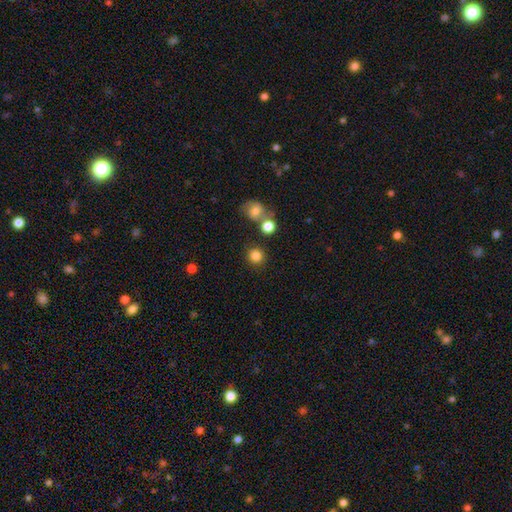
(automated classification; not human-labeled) Q: Smooth or featured?
A: smooth (83%); runner-up: star or artifact (11%)
Q: How rounded?
A: round (89%); runner-up: in between (10%)
Q: Merging?
A: none (80%); runner-up: merger (9%)